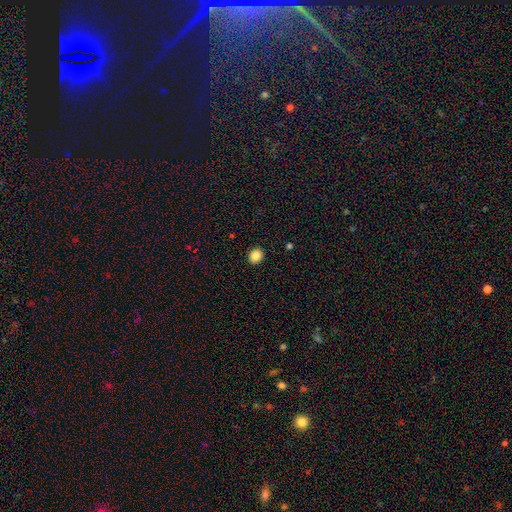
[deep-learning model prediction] Smooth or featured?
  - smooth: 86% *
  - star or artifact: 10%
  - featured or disk: 4%
How rounded?
  - round: 71% *
  - in between: 28%
  - cigar-shaped: 1%
Merging?
  - none: 92% *
  - minor disturbance: 5%
  - major disturbance: 2%
  - merger: 1%